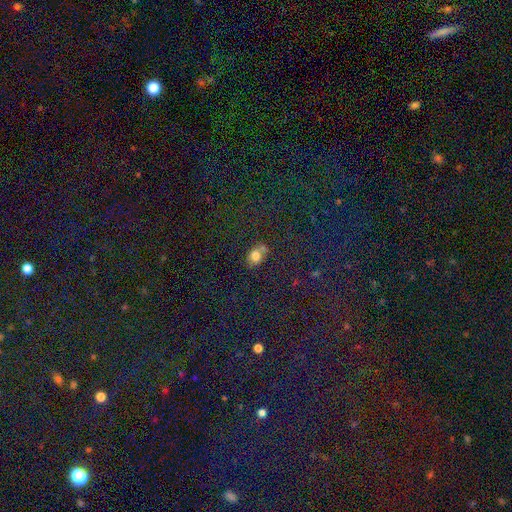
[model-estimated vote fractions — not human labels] Smooth or featured? Predicted: smooth (p=0.74). How rounded? Predicted: in between (p=0.57). Merging? Predicted: none (p=0.59).